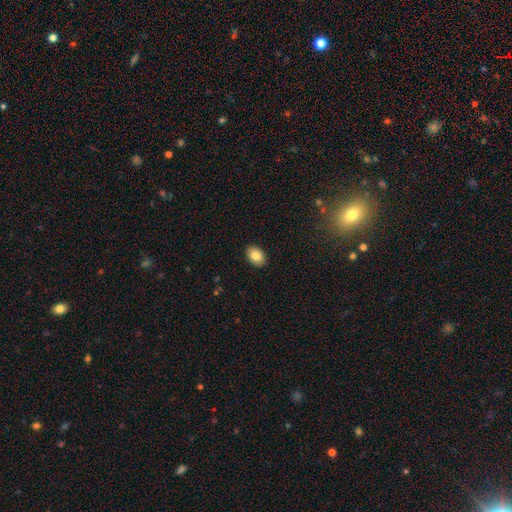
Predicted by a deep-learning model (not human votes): Overall: smooth (84%). How rounded: in between (84%). Merging: none (90%).